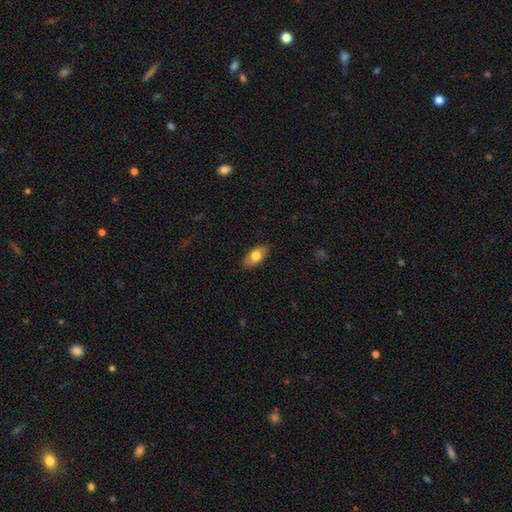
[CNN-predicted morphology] This appears to be a smooth galaxy with no disk features (77%) that is in between round and cigar-shaped (88%). Merging: none (86%).